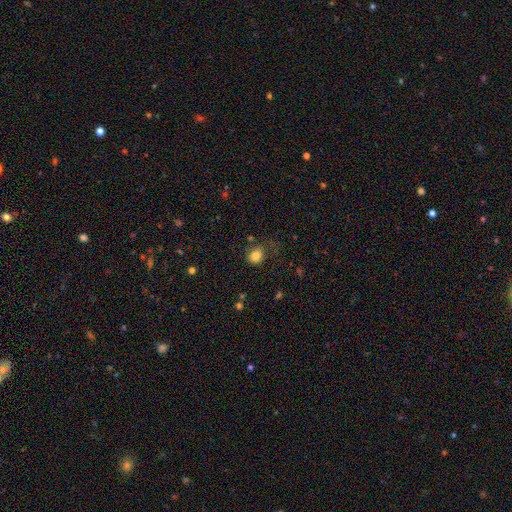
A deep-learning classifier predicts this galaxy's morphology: A smooth galaxy with no disk features (83%) that is round (64%). Merging: none (64%).